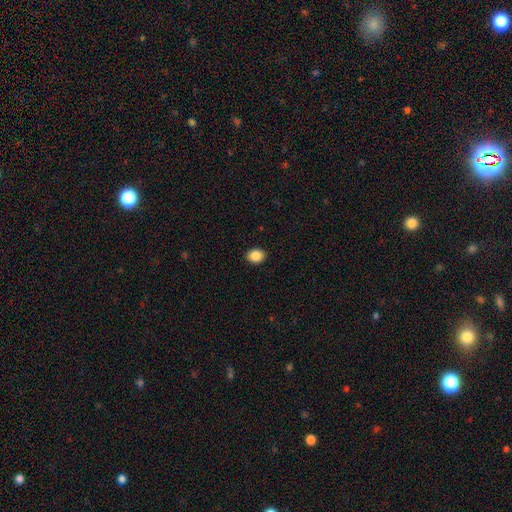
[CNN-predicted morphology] Smooth or featured?
  - smooth: 88% *
  - star or artifact: 9%
  - featured or disk: 4%
How rounded?
  - in between: 57% *
  - round: 42%
  - cigar-shaped: 1%
Merging?
  - none: 91% *
  - minor disturbance: 7%
  - major disturbance: 2%
  - merger: 1%